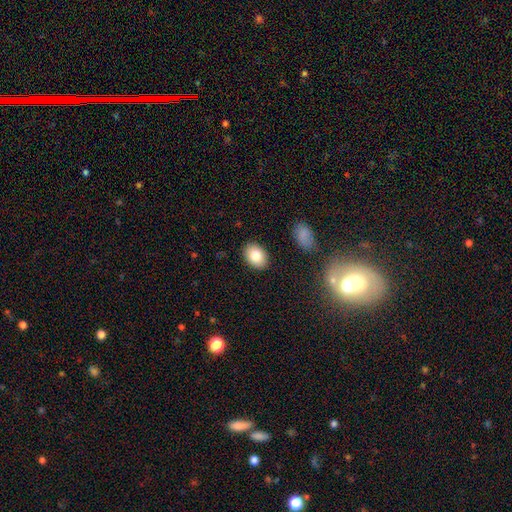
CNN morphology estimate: Smooth or featured: smooth — 81% (featured or disk — 11%)
How rounded: in between — 76% (round — 23%)
Merging: none — 88% (minor disturbance — 8%)